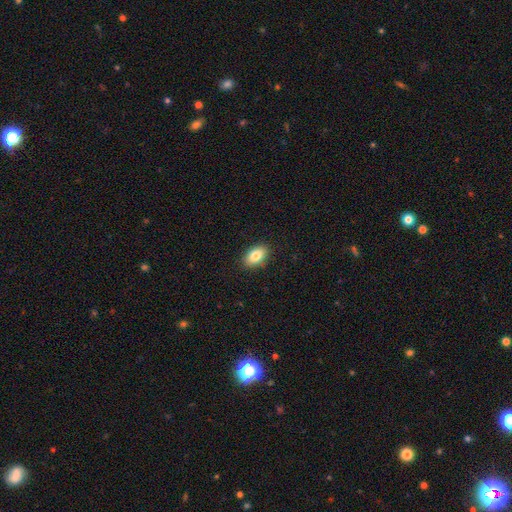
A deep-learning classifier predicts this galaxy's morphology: type=smooth (83%); roundness=in between (90%); merging=none (89%).